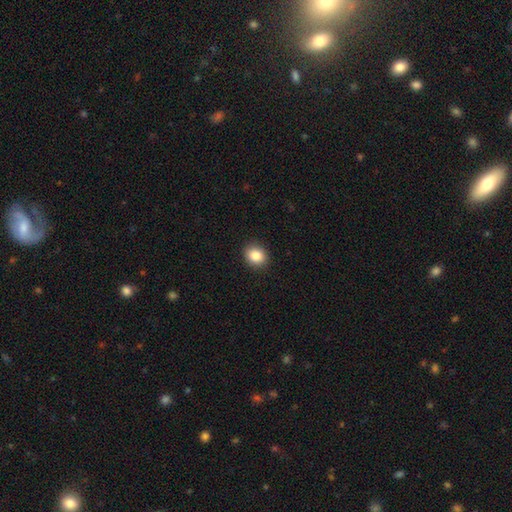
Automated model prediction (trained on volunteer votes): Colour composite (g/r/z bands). It shows a smooth galaxy with no disk features (86%) that is round (61%). Merging: none (91%).